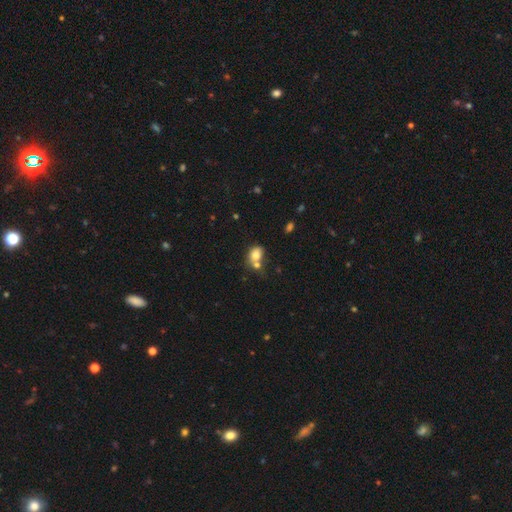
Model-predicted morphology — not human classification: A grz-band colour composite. It shows a smooth galaxy with no disk features (75%) that is in between round and cigar-shaped (59%). Merging: merger (47%).